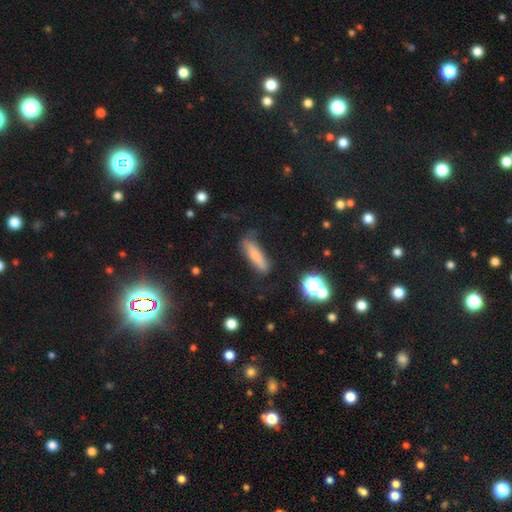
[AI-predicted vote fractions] Q: Smooth or featured?
A: smooth (72%); runner-up: featured or disk (18%)
Q: How rounded?
A: cigar-shaped (74%); runner-up: in between (23%)
Q: Merging?
A: none (69%); runner-up: minor disturbance (21%)